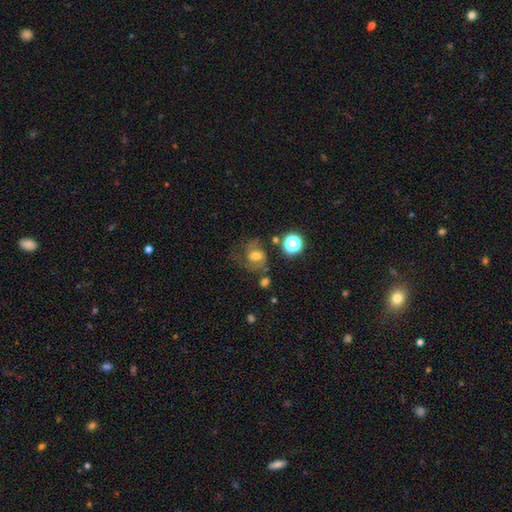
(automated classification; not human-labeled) Morphology: type=featured or disk (47%); merging=none (47%).